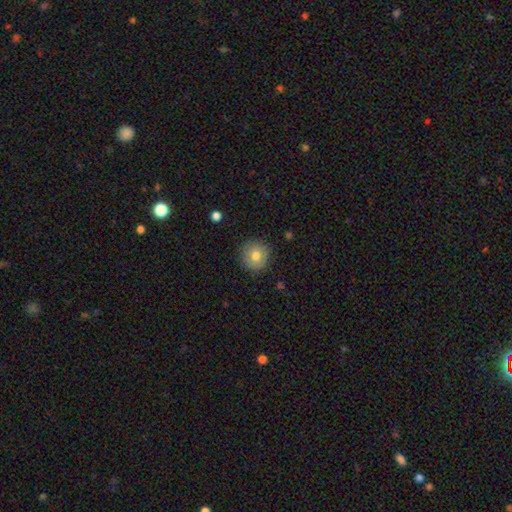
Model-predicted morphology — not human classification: Q: Smooth or featured?
A: smooth (78%); runner-up: featured or disk (13%)
Q: How rounded?
A: round (93%); runner-up: in between (6%)
Q: Merging?
A: none (85%); runner-up: minor disturbance (11%)